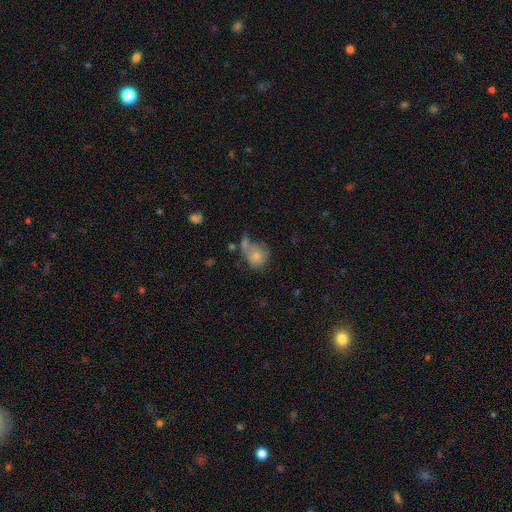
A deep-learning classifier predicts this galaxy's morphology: This appears to be a smooth galaxy with no disk features (72%) that is round (67%). Merging: none (37%).